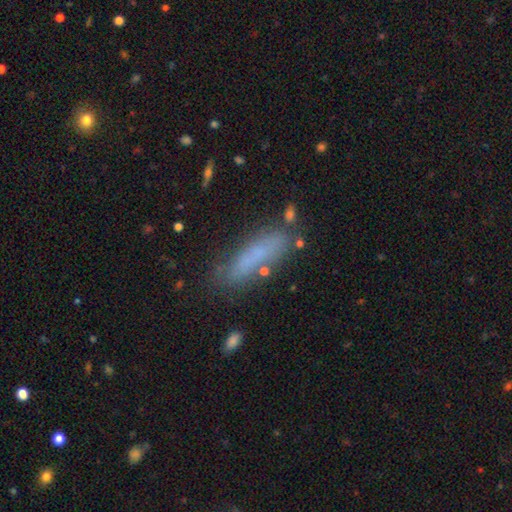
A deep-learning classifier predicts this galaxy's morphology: type=smooth (68%); roundness=cigar-shaped (69%); merging=none (69%).